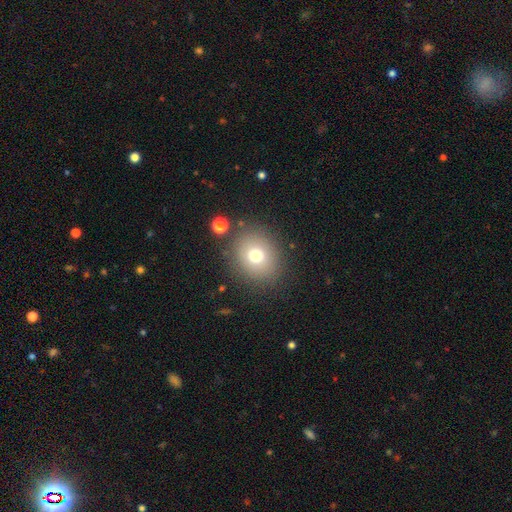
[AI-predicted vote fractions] smooth-or-featured: smooth: 73% | featured or disk: 14% | star or artifact: 14%
  how-rounded: round: 72% | in between: 27% | cigar-shaped: 1%
  merging: none: 82% | minor disturbance: 10% | major disturbance: 5% | merger: 3%